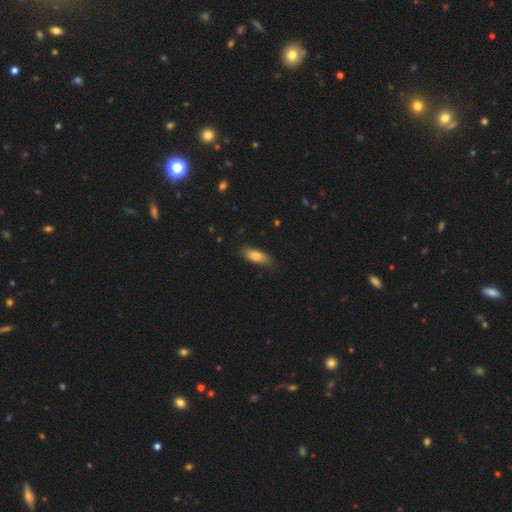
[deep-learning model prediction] Overall: smooth (81%). How rounded: in between (70%). Merging: none (80%).